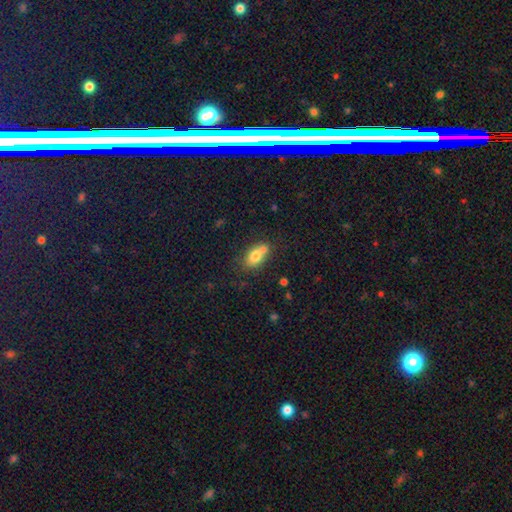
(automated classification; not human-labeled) smooth_or_featured: smooth (p=0.75) [alt: featured or disk p=0.15]
how_rounded: in between (p=0.80) [alt: round p=0.16]
merging: none (p=0.43) [alt: merger p=0.39]